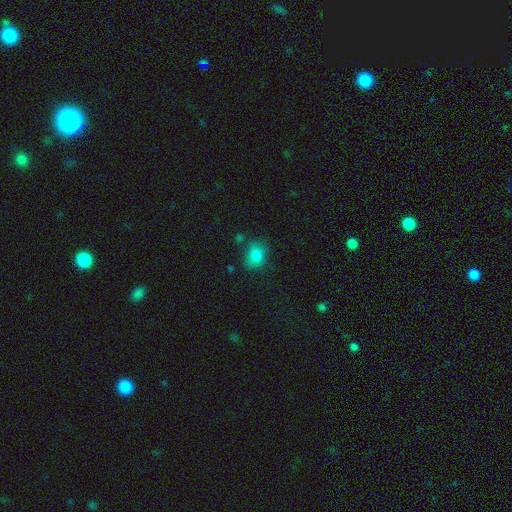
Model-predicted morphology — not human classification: Smooth or featured?
  - smooth: 82% *
  - star or artifact: 11%
  - featured or disk: 7%
How rounded?
  - in between: 52% *
  - round: 47%
  - cigar-shaped: 1%
Merging?
  - none: 65% *
  - minor disturbance: 22%
  - major disturbance: 7%
  - merger: 6%